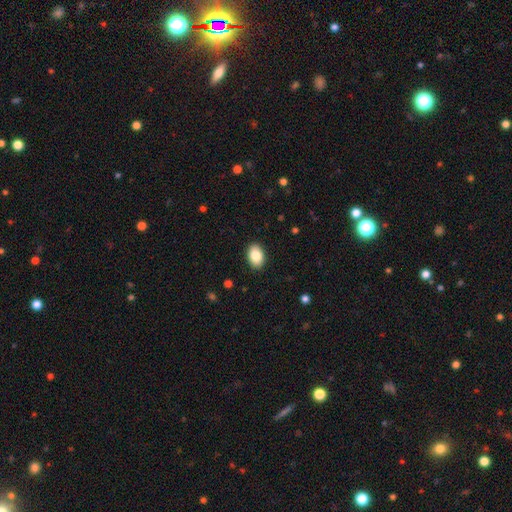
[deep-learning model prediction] smooth 85%, featured or disk 8%, star or artifact 7%. Down the decision tree: how rounded — in between (87%); merging — none (90%).